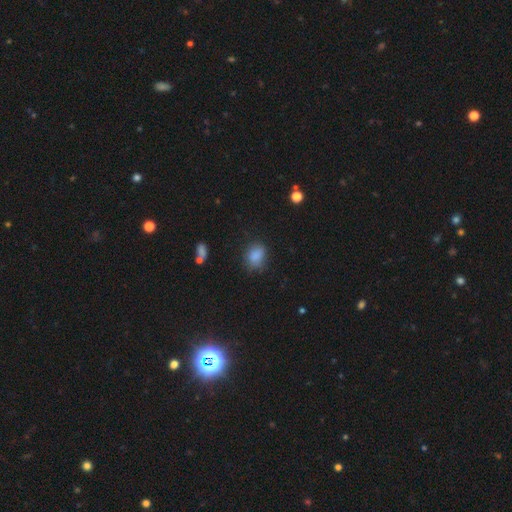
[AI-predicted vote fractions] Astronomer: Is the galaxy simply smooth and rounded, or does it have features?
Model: smooth — 84%.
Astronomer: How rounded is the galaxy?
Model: in between — 60% (runner-up: round, 39%).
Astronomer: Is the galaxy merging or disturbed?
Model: none — 69%.